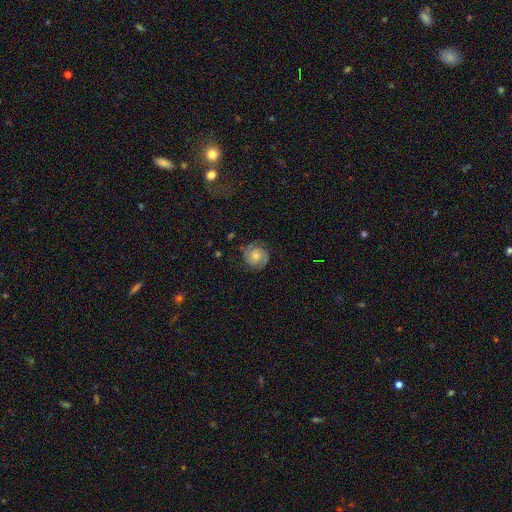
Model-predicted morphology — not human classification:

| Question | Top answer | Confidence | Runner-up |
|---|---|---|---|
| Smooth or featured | featured or disk | 51% | smooth (41%) |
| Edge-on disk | no | 98% | yes (2%) |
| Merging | none | 76% | minor disturbance (16%) |